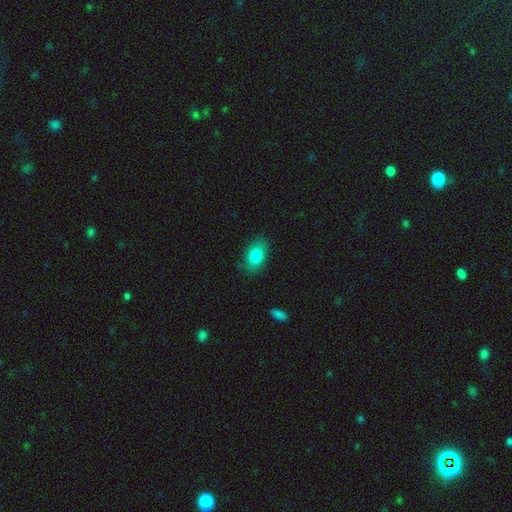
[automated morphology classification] A smooth galaxy with no disk features (83%) that is in between round and cigar-shaped (89%). Merging: none (85%).